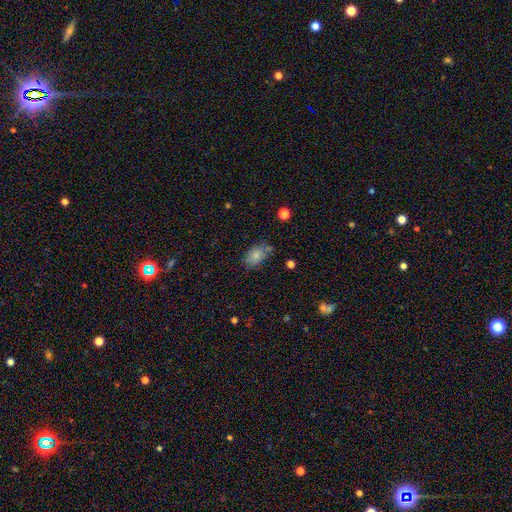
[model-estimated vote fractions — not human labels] smooth_or_featured: smooth (p=0.81) [alt: featured or disk p=0.10]
how_rounded: in between (p=0.88) [alt: round p=0.11]
merging: none (p=0.66) [alt: minor disturbance p=0.21]